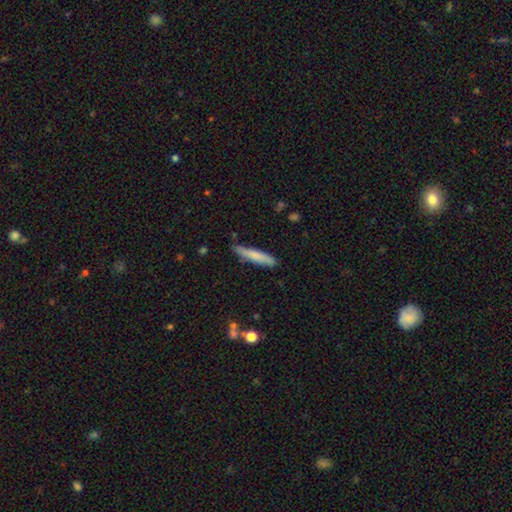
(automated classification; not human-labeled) This appears to be a smooth galaxy with no disk features (74%) that is cigar-shaped (91%). Merging: none (79%).